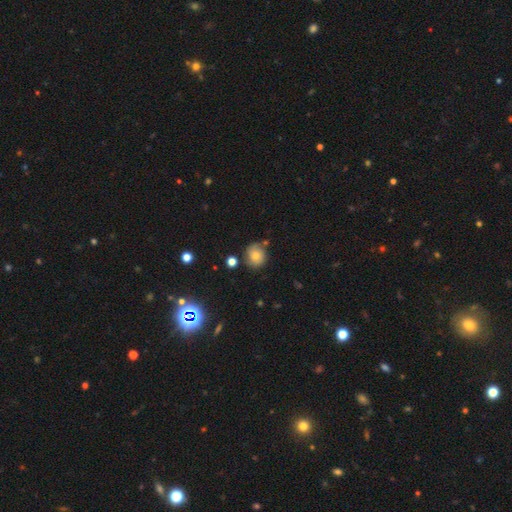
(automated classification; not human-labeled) The model was most divided on "smooth or featured": smooth: 67%, featured or disk: 20%, star or artifact: 13%. More confident: how rounded — round (82%); merging — none (70%).